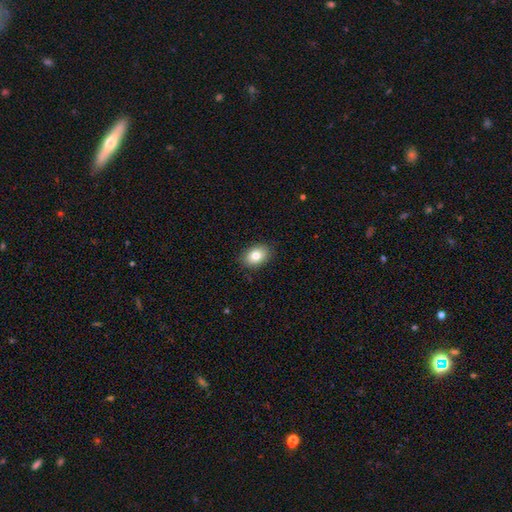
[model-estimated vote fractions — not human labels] smooth-or-featured: smooth: 81% | featured or disk: 11% | star or artifact: 8%
  how-rounded: in between: 80% | round: 19% | cigar-shaped: 1%
  merging: none: 88% | minor disturbance: 9% | major disturbance: 2% | merger: 1%